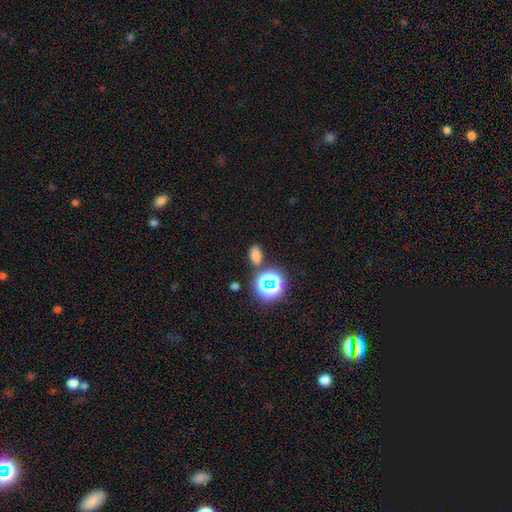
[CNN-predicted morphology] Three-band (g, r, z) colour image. It shows a smooth galaxy with no disk features (70%) that is in between round and cigar-shaped (82%). Merging: none (79%).